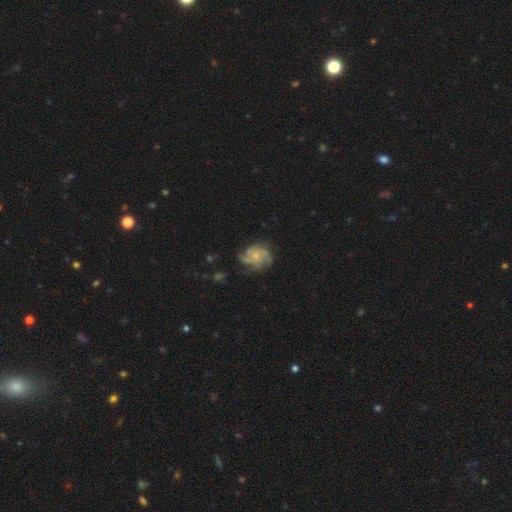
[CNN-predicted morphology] Smooth or featured: featured or disk — 81% (smooth — 12%)
Edge-on disk: no — 98% (yes — 2%)
Bar: no — 80% (weak — 18%)
Spiral arms: yes — 96% (no — 4%)
Spiral winding: medium — 44% (tight — 40%)
Spiral arm count: 3 — 36% (4 — 25%)
Bulge size: small — 67% (moderate — 25%)
Merging: none — 68% (minor disturbance — 20%)